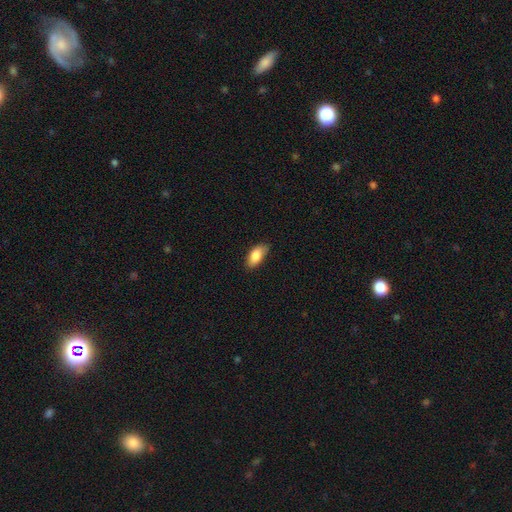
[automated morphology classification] Smooth or featured? smooth (85%)
How rounded? in between (90%)
Merging? none (78%)